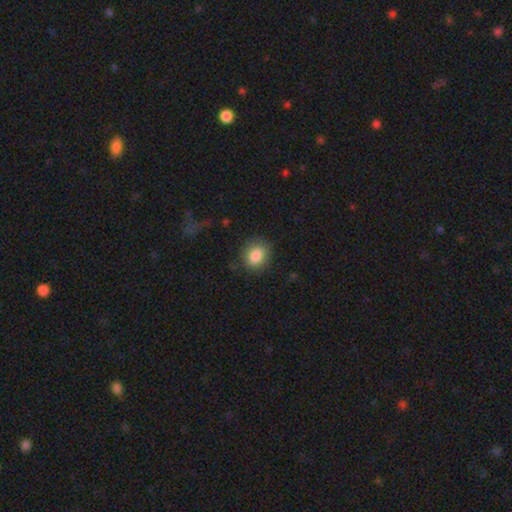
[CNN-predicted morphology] smooth-or-featured: smooth: 86% | star or artifact: 8% | featured or disk: 6%
  how-rounded: round: 50% | in between: 49% | cigar-shaped: 1%
  merging: none: 79% | minor disturbance: 14% | major disturbance: 5% | merger: 2%